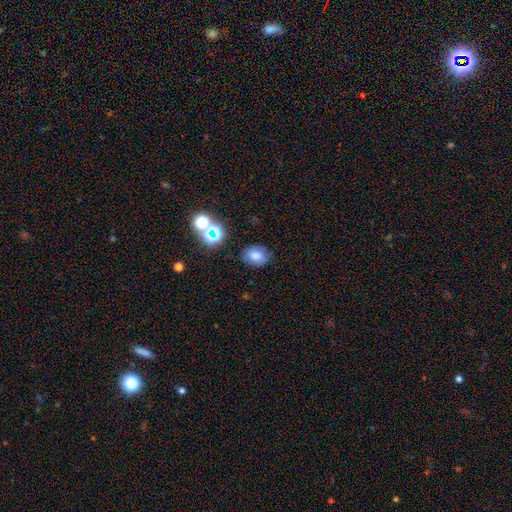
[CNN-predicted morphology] The model was most divided on "how rounded": in between: 61%, round: 38%, cigar-shaped: 1%. More confident: merging — none (77%); smooth or featured — smooth (72%).